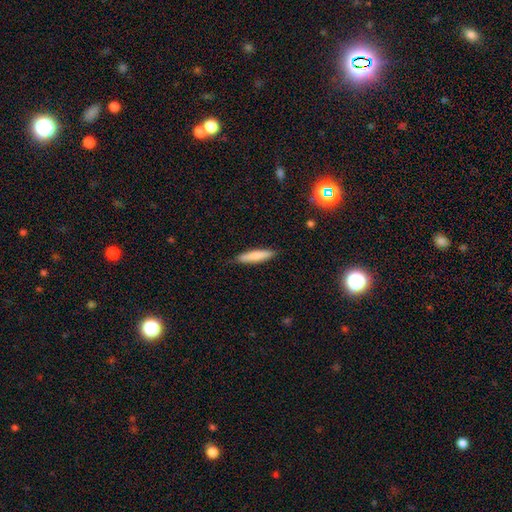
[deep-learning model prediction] Smooth or featured?
  - smooth: 80% *
  - featured or disk: 14%
  - star or artifact: 6%
How rounded?
  - cigar-shaped: 83% *
  - in between: 15%
  - round: 1%
Merging?
  - none: 85% *
  - minor disturbance: 12%
  - major disturbance: 2%
  - merger: 1%